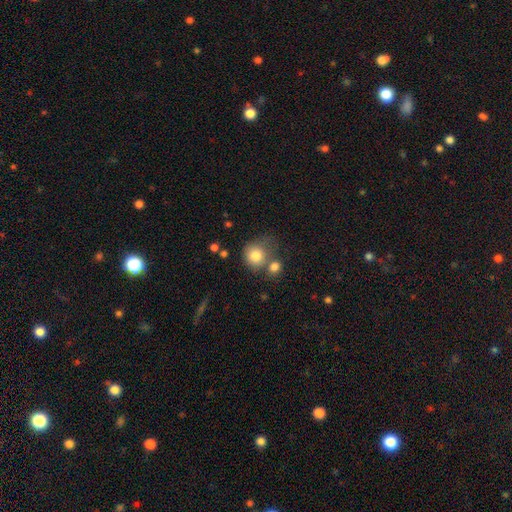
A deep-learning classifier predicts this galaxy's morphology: smooth 81%, featured or disk 10%, star or artifact 9%. Down the decision tree: how rounded — round (83%); merging — none (47%).